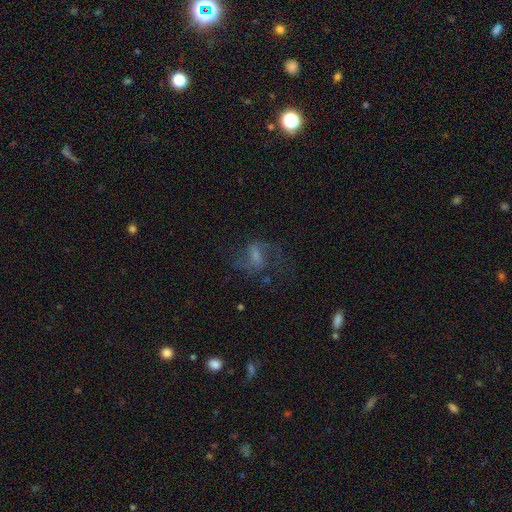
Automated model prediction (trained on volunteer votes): Smooth or featured? featured or disk (55%)
Edge-on disk? no (95%)
Bar? weak (47%)
Spiral arms? yes (76%)
Bulge size? small (35%)
Merging? none (55%)